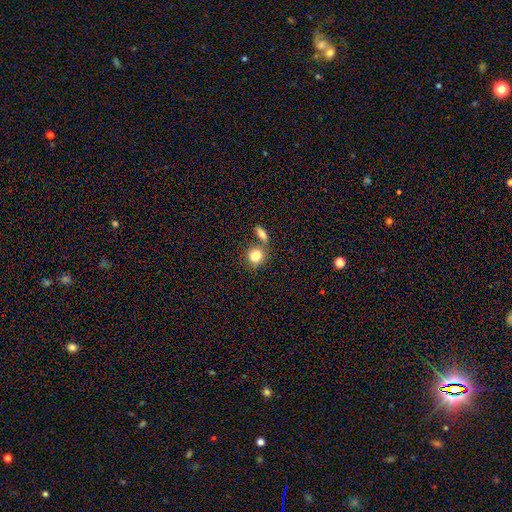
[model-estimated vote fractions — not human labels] A smooth galaxy with no disk features (80%) that is round (58%).

Vote fractions:
- Smooth or featured? smooth: 80% / featured or disk: 10% / star or artifact: 10%
- How rounded? round: 58% / in between: 39% / cigar-shaped: 2%
- Merging? none: 42% (tied) / merger: 42% (tied) / minor disturbance: 11% / major disturbance: 5%